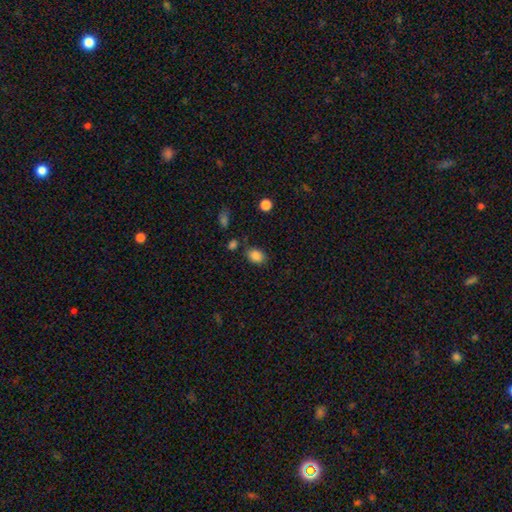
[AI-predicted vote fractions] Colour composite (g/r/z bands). It shows a smooth galaxy with no disk features (85%) that is in between round and cigar-shaped (70%). Merging: none (75%).